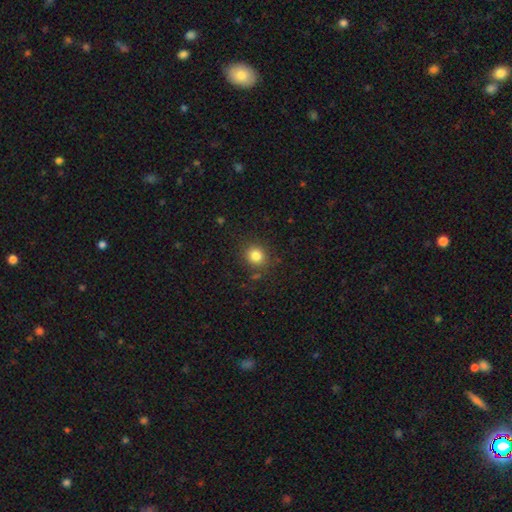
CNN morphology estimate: A smooth galaxy with no disk features (82%) that is round (87%).

Vote fractions:
- Smooth or featured? smooth: 82% / star or artifact: 12% / featured or disk: 6%
- How rounded? round: 87% / in between: 13% / cigar-shaped: 1%
- Merging? none: 85% / minor disturbance: 9% / major disturbance: 3% / merger: 3%